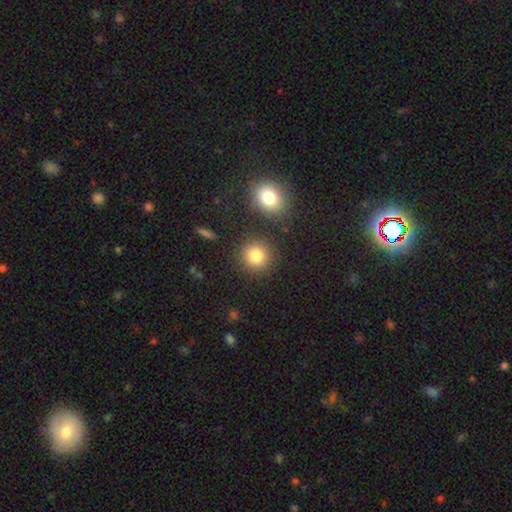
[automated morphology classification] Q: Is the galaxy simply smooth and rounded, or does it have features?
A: smooth — 84%.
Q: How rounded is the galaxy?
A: round — 90%.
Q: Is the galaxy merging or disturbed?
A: none — 85%.